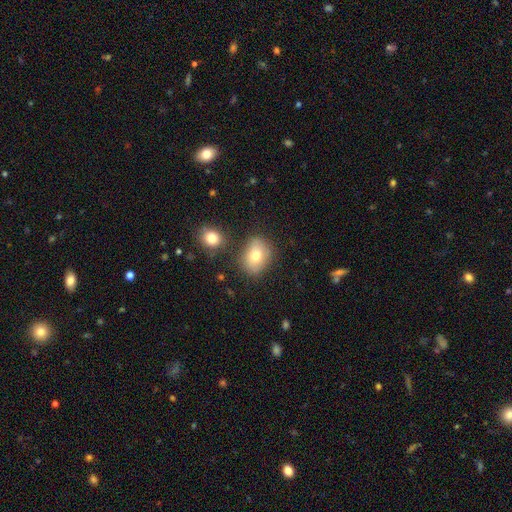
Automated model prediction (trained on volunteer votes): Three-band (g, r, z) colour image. It shows a smooth galaxy with no disk features (75%) that is in between round and cigar-shaped (65%). Merging: none (74%).